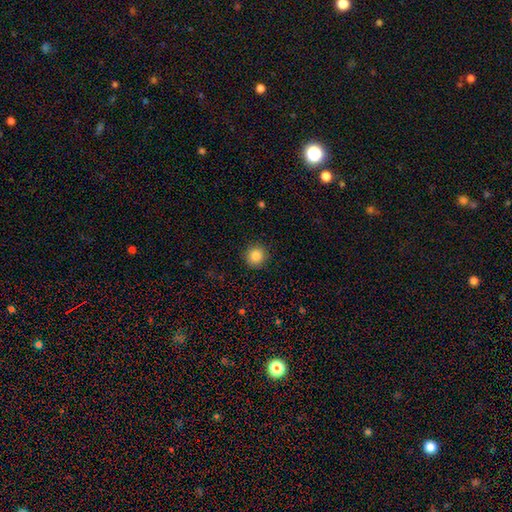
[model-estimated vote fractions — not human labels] Smooth or featured?
  - smooth: 86% *
  - star or artifact: 10%
  - featured or disk: 4%
How rounded?
  - round: 93% *
  - in between: 6%
  - cigar-shaped: 1%
Merging?
  - none: 91% *
  - minor disturbance: 6%
  - major disturbance: 2%
  - merger: 1%